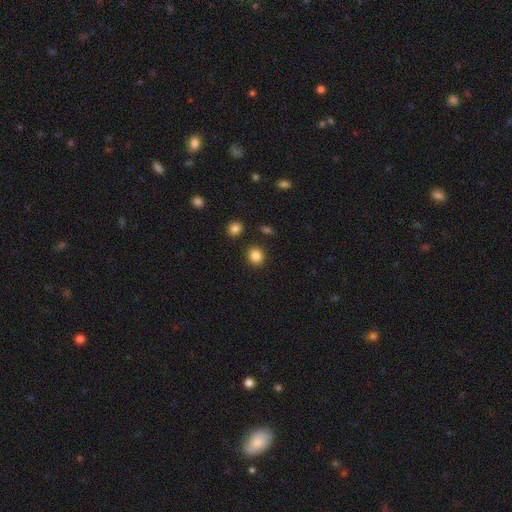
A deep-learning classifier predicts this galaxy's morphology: type=smooth (86%); roundness=round (85%); merging=none (87%).